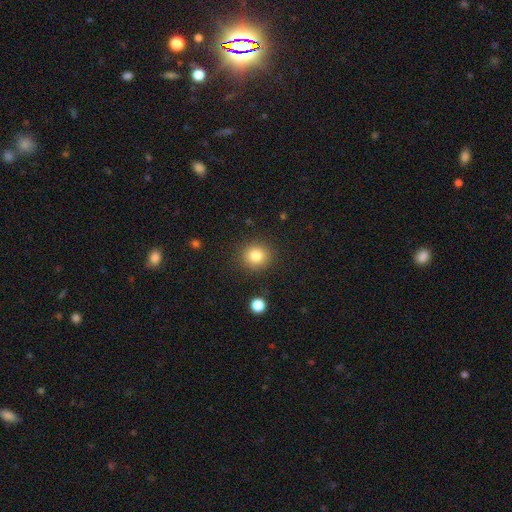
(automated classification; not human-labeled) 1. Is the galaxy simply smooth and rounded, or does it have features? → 82% smooth, 11% star or artifact, 7% featured or disk.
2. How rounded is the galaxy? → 86% round, 13% in between, 1% cigar-shaped.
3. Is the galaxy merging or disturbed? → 88% none, 7% minor disturbance, 3% major disturbance, 2% merger.